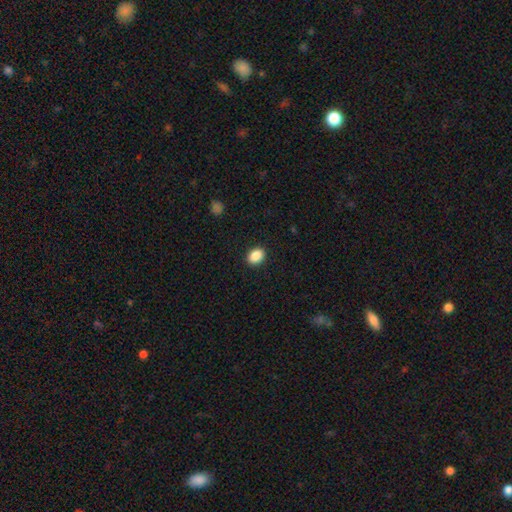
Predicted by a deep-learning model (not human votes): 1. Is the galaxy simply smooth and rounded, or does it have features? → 89% smooth, 8% star or artifact, 3% featured or disk.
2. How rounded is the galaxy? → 67% in between, 32% round, 1% cigar-shaped.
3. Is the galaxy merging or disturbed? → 91% none, 6% minor disturbance, 2% major disturbance, 1% merger.